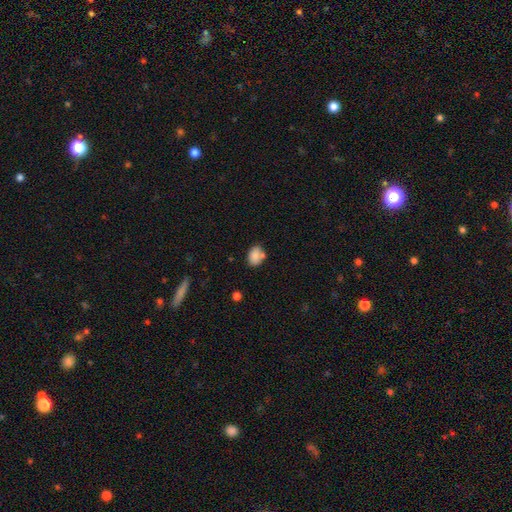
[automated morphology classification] smooth_or_featured: smooth (p=0.84) [alt: star or artifact p=0.09]
how_rounded: in between (p=0.73) [alt: round p=0.26]
merging: none (p=0.64) [alt: minor disturbance p=0.18]